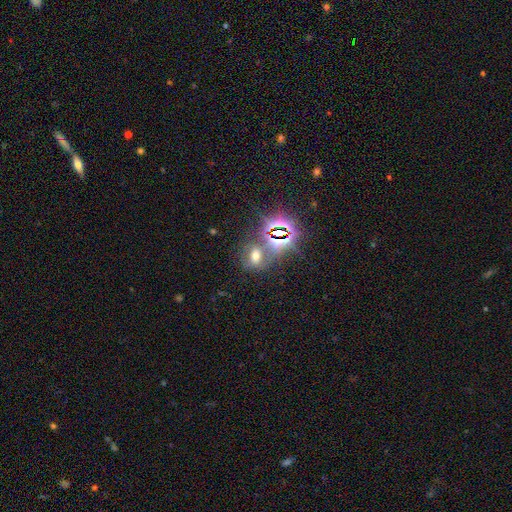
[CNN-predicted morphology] Smooth or featured? Predicted: star or artifact (p=0.46).